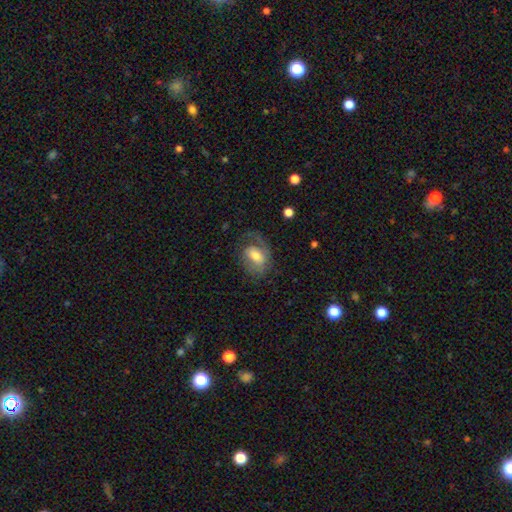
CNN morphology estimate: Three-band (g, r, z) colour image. It shows a featured or disk galaxy (51%). Merging: none (49%).